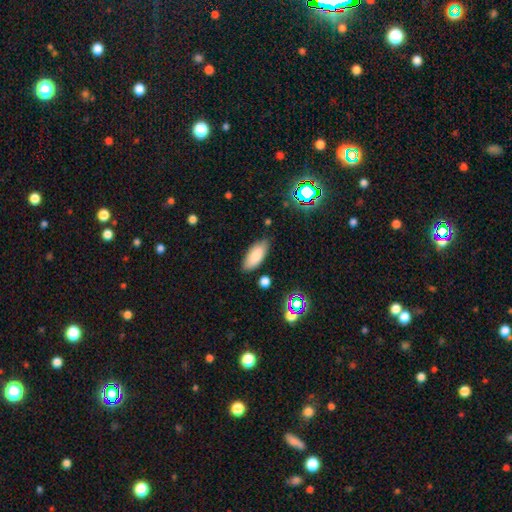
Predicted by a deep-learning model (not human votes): A smooth galaxy with no disk features (83%) that is in between round and cigar-shaped (86%). Merging: none (82%).